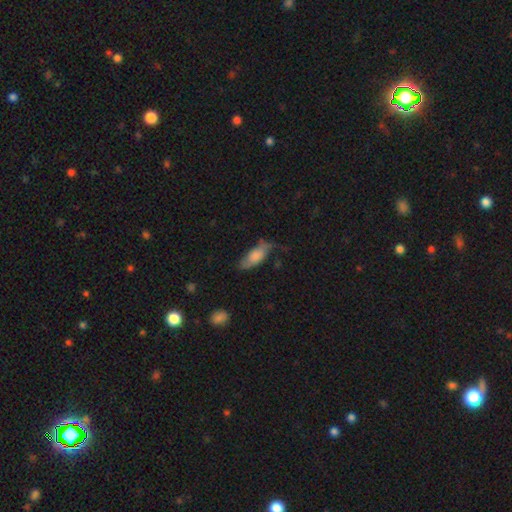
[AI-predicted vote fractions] The model was most divided on "merging": none: 51%, minor disturbance: 32%, major disturbance: 14%, merger: 3%. More confident: how rounded — in between (74%); smooth or featured — smooth (71%).